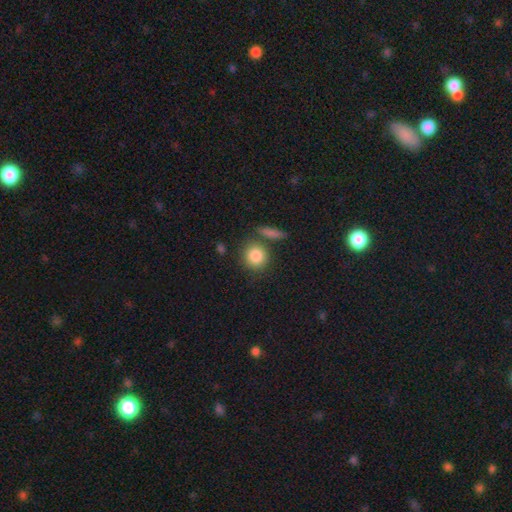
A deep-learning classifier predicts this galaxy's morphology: Smooth or featured? Predicted: smooth (p=0.85). How rounded? Predicted: round (p=0.82). Merging? Predicted: none (p=0.72).